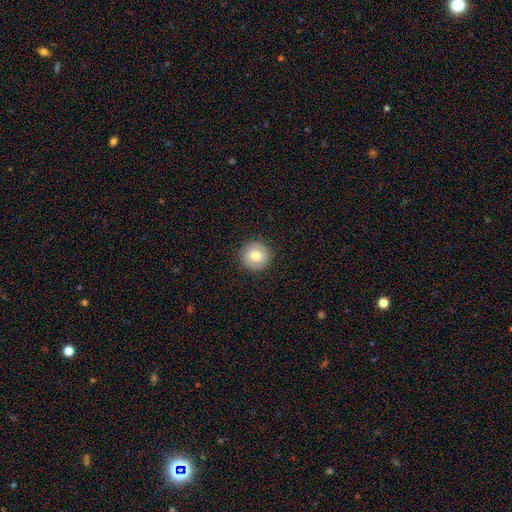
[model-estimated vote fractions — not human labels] This is likely a smooth galaxy (73%). How rounded: clearly round (94%). Merging: clearly none (90%).